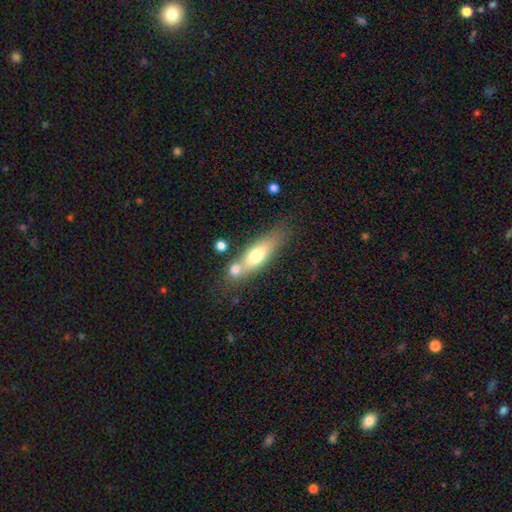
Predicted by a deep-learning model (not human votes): The model was most divided on "how rounded": cigar-shaped: 53%, in between: 43%, round: 4%. Remaining: smooth or featured — smooth (60%); merging — none (49%).